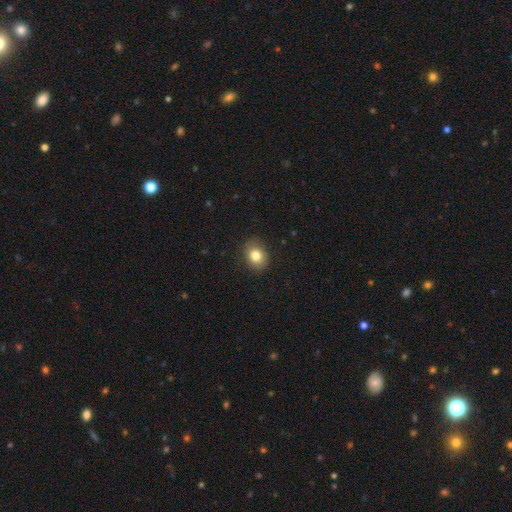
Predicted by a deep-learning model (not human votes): The model was most divided on "how rounded": round: 51%, in between: 48%, cigar-shaped: 1%. More confident: merging — none (87%); smooth or featured — smooth (82%).